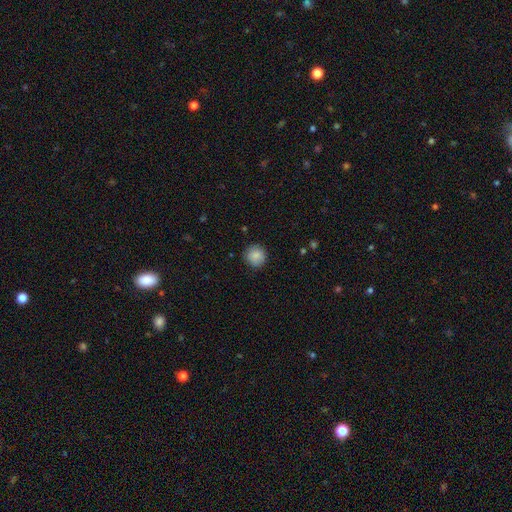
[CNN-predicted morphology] This appears to be a smooth galaxy with no disk features (84%) that is round (92%). Merging: none (85%).